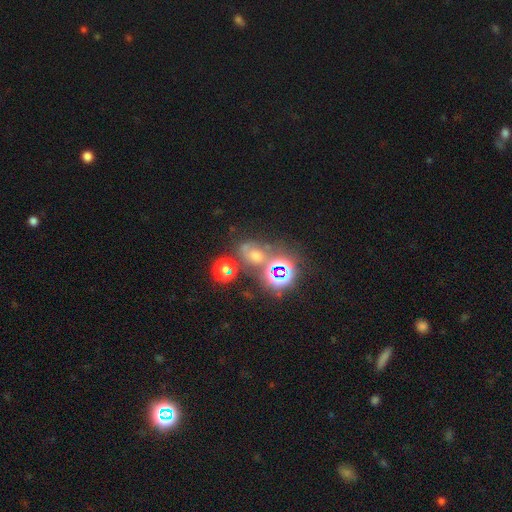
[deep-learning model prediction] star or artifact 51%, smooth 26%, featured or disk 23%.